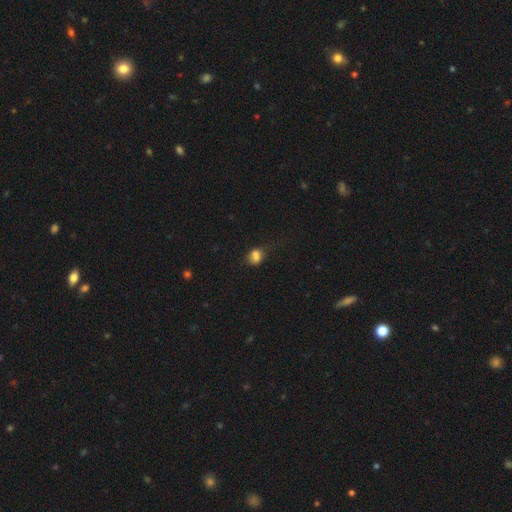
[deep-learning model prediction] smooth-or-featured: smooth: 73% | featured or disk: 14% | star or artifact: 14%
  how-rounded: in between: 59% | round: 38% | cigar-shaped: 2%
  merging: none: 42% | minor disturbance: 27% | merger: 16% | major disturbance: 14%